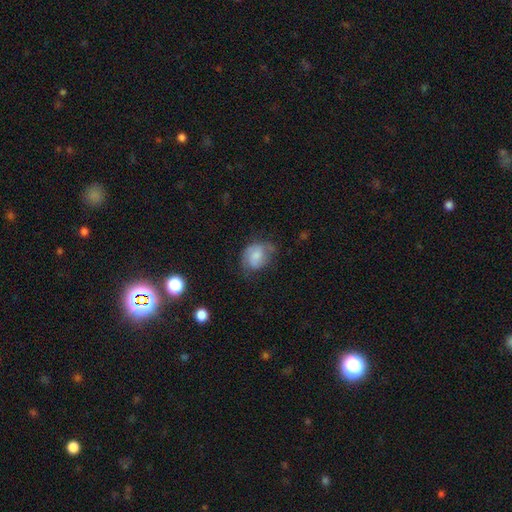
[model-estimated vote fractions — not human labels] A smooth galaxy with no disk features (65%) that is in between round and cigar-shaped (54%).

Vote fractions:
- Smooth or featured? smooth: 65% / featured or disk: 26% / star or artifact: 8%
- How rounded? in between: 54% / round: 45% / cigar-shaped: 1%
- Merging? none: 46% / minor disturbance: 34% / major disturbance: 18% / merger: 2%